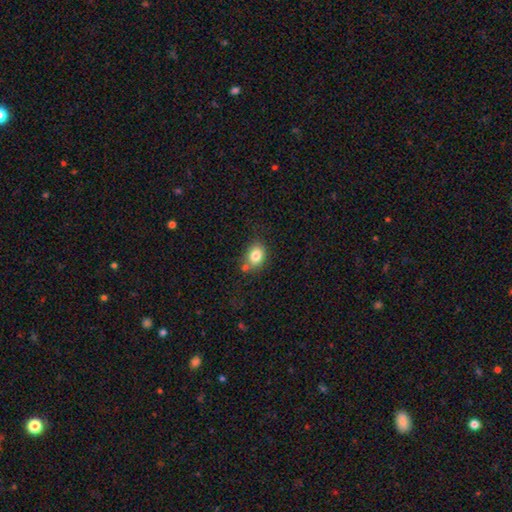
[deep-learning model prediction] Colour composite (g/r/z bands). It shows a smooth galaxy with no disk features (81%) that is in between round and cigar-shaped (53%). Merging: none (62%).